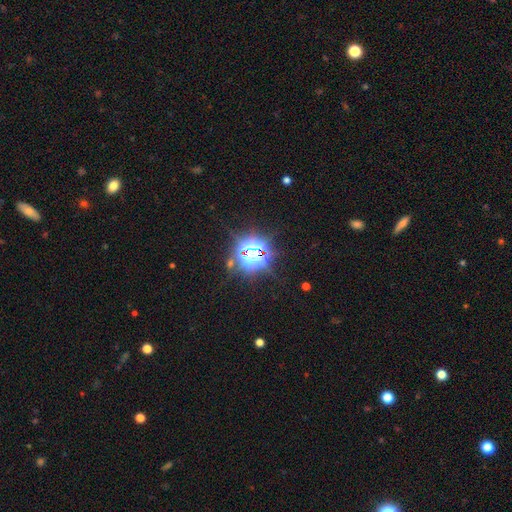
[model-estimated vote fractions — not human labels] A star or artifact, not a galaxy (74%).